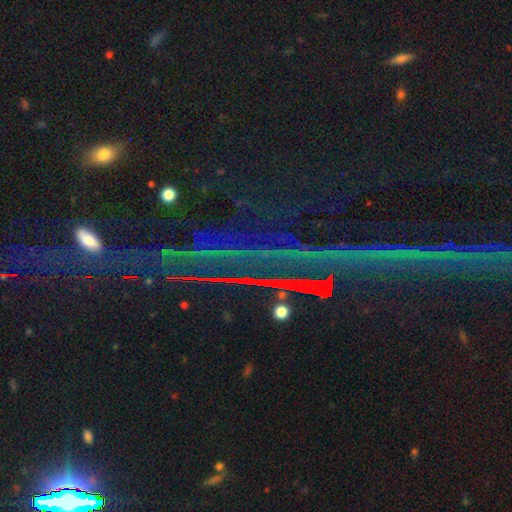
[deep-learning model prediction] Smooth or featured?
  - star or artifact: 86% *
  - featured or disk: 7%
  - smooth: 6%